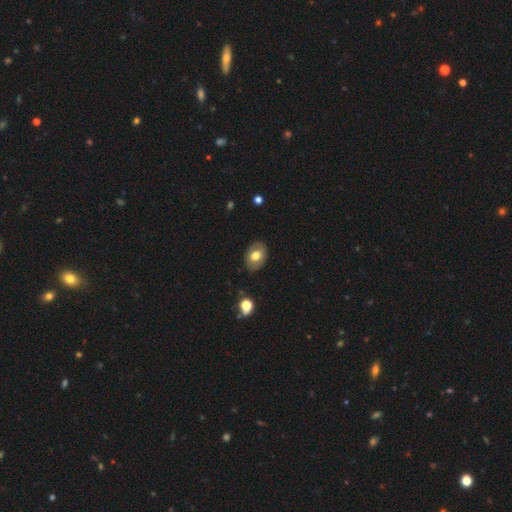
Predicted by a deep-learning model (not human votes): smooth 69%, featured or disk 23%, star or artifact 8%. Down the decision tree: how rounded — in between (75%); merging — none (85%).